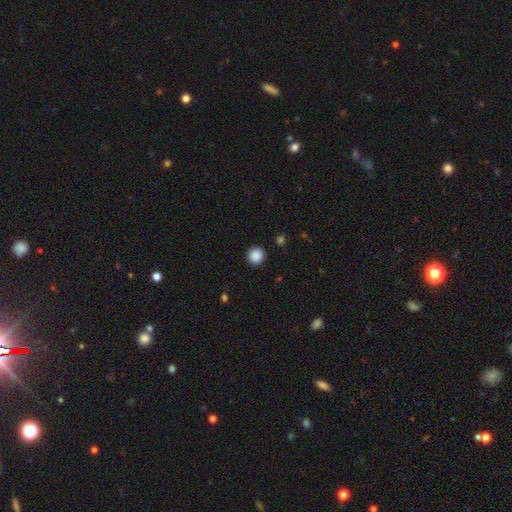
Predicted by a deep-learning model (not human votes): smooth-or-featured: smooth: 88% | star or artifact: 9% | featured or disk: 2%
  how-rounded: round: 93% | in between: 6% | cigar-shaped: 1%
  merging: none: 92% | minor disturbance: 5% | major disturbance: 2% | merger: 1%